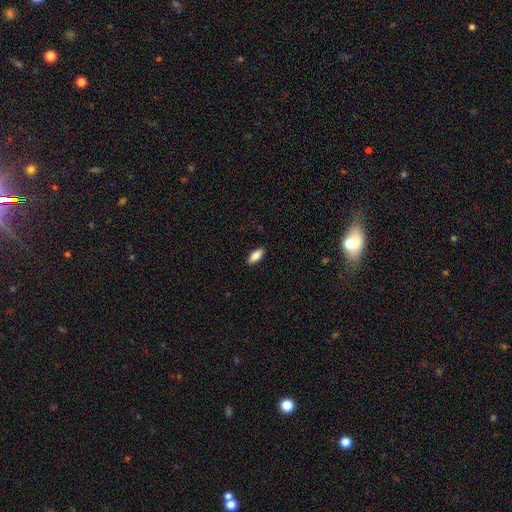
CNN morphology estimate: A smooth galaxy with no disk features (85%) that is in between round and cigar-shaped (87%).

Vote fractions:
- Smooth or featured? smooth: 85% / featured or disk: 9% / star or artifact: 6%
- How rounded? in between: 87% / cigar-shaped: 11% / round: 2%
- Merging? none: 88% / minor disturbance: 9% / major disturbance: 2% / merger: 1%